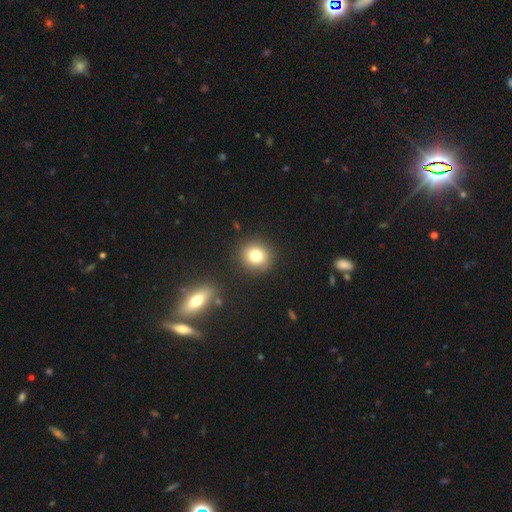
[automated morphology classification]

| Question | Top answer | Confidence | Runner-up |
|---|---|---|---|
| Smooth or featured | smooth | 79% | star or artifact (12%) |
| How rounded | round | 82% | in between (17%) |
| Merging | none | 88% | minor disturbance (7%) |